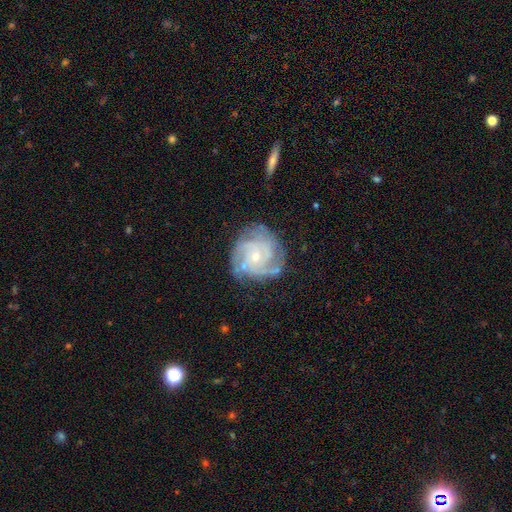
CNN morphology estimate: type=featured or disk (85%); edge-on=no (98%); bar=no (73%); spiral arms=yes (96%); winding=tight (63%); arm count=3 (29%); bulge=small (71%); merging=none (72%).